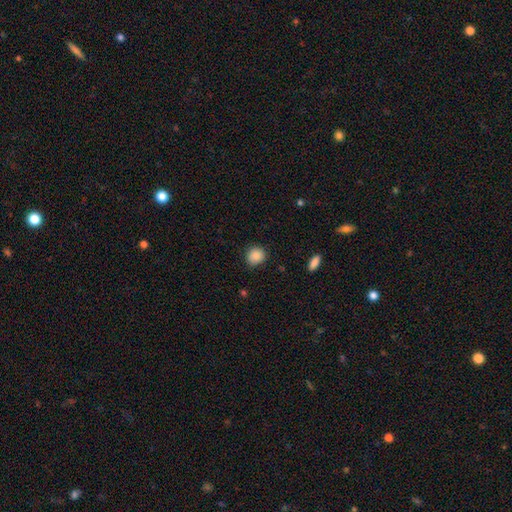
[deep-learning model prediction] Smooth or featured?
  - smooth: 88% *
  - star or artifact: 9%
  - featured or disk: 4%
How rounded?
  - round: 84% *
  - in between: 15%
  - cigar-shaped: 1%
Merging?
  - none: 82% *
  - minor disturbance: 14%
  - major disturbance: 3%
  - merger: 1%